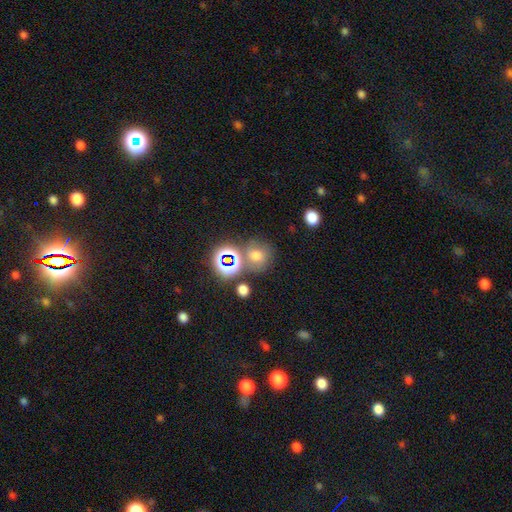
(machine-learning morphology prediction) Overall: smooth (63%; star or artifact 25%). How rounded: round (80%). Merging: none (60%; merger 21%).